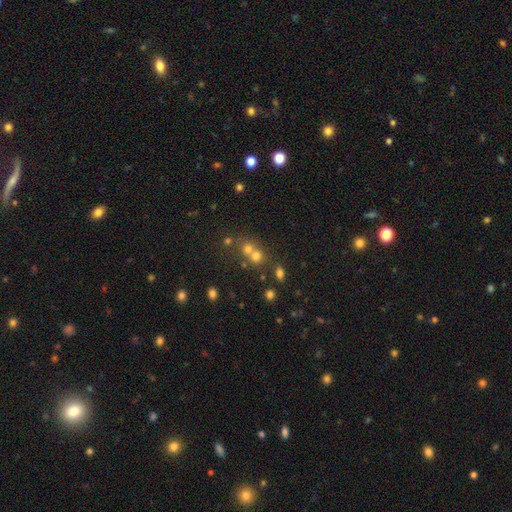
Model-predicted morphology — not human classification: Smooth or featured? smooth (65%)
How rounded? round (80%)
Merging? merger (53%)